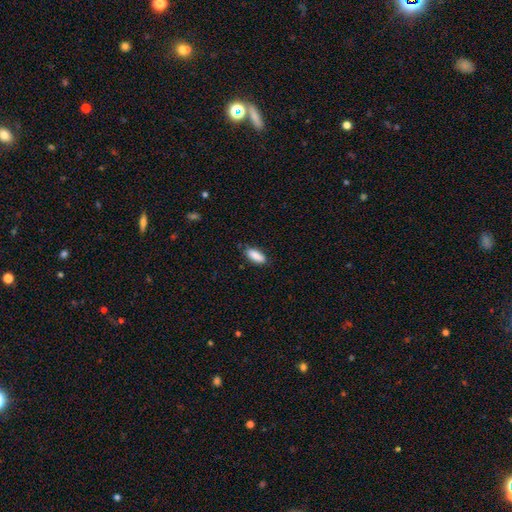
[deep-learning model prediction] smooth 88%, star or artifact 6%, featured or disk 6%. Down the decision tree: how rounded — in between (74%); merging — none (82%).